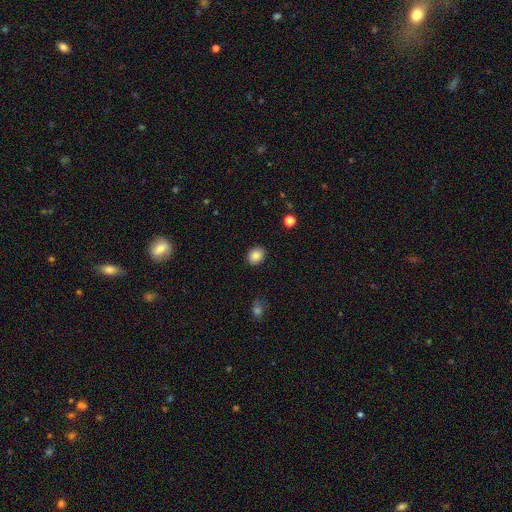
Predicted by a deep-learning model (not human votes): Morphology: type=smooth (85%); roundness=round (59%); merging=none (90%).